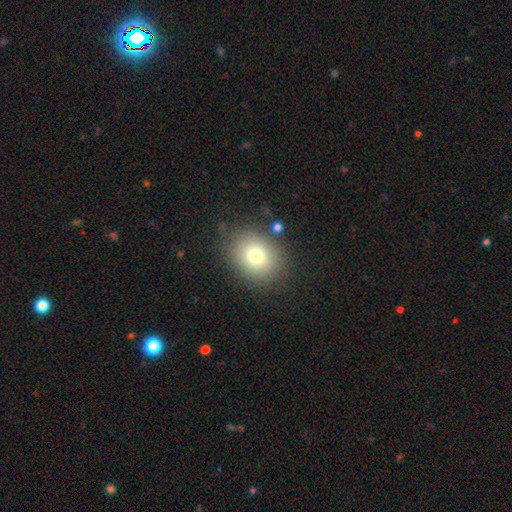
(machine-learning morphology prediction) smooth-or-featured: smooth: 77% | star or artifact: 12% | featured or disk: 11%
  how-rounded: round: 55% | in between: 44% | cigar-shaped: 1%
  merging: none: 83% | minor disturbance: 10% | major disturbance: 4% | merger: 2%